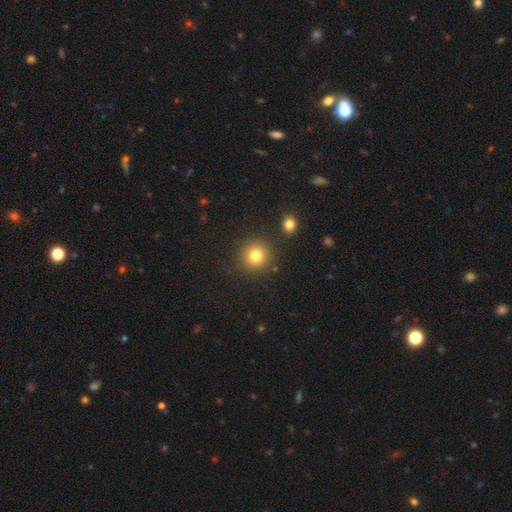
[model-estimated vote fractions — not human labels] Morphology: type=smooth (80%); roundness=round (93%); merging=none (87%).